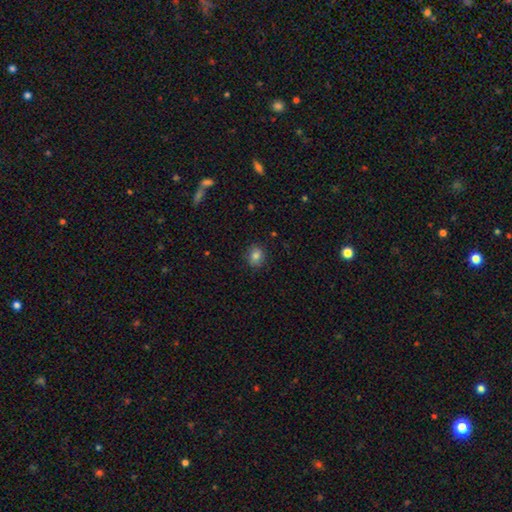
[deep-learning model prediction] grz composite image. It shows a smooth galaxy with no disk features (82%) that is round (65%). Merging: none (86%).